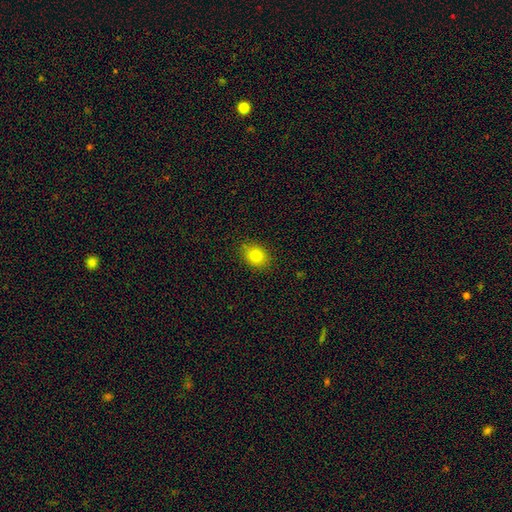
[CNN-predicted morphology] smooth_or_featured: smooth (p=0.81) [alt: star or artifact p=0.11]
how_rounded: in between (p=0.57) [alt: round p=0.42]
merging: none (p=0.87) [alt: minor disturbance p=0.09]